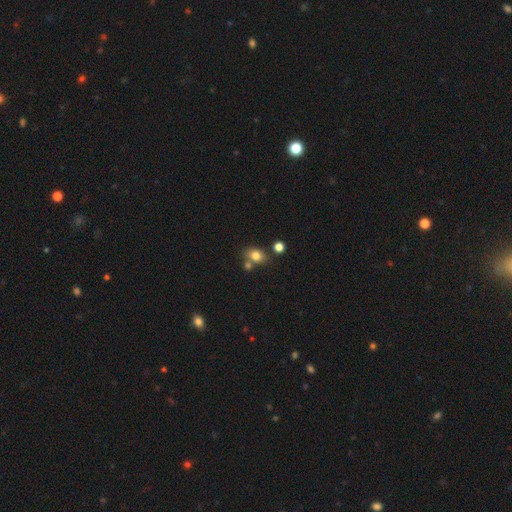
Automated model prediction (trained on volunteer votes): Smooth or featured?
  - smooth: 79% *
  - star or artifact: 12%
  - featured or disk: 9%
How rounded?
  - in between: 59% *
  - round: 39%
  - cigar-shaped: 1%
Merging?
  - none: 62% *
  - merger: 20%
  - minor disturbance: 13%
  - major disturbance: 4%